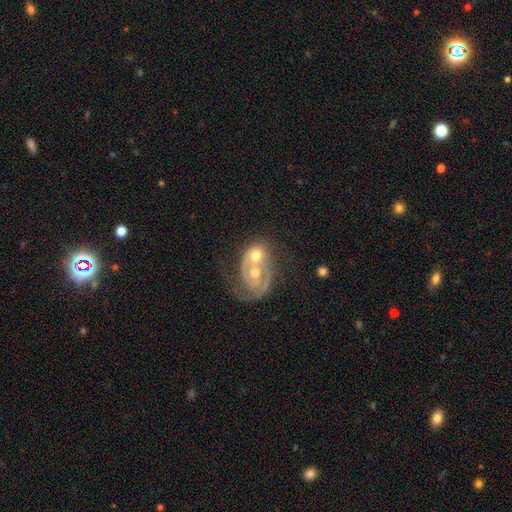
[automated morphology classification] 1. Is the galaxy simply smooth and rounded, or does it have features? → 66% featured or disk, 28% smooth, 7% star or artifact.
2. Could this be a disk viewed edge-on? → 96% no, 4% yes.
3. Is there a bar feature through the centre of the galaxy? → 70% no, 23% weak, 6% strong.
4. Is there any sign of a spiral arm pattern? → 74% yes, 26% no.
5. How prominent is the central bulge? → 69% moderate, 16% small, 11% large, 3% none, 2% dominant.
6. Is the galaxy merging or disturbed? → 70% merger, 14% none, 8% major disturbance, 7% minor disturbance.